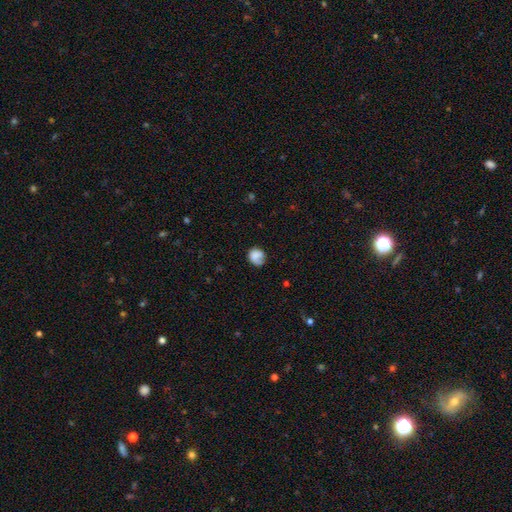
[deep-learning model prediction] This appears to be a smooth galaxy with no disk features (77%) that is round (71%). Merging: none (56%).